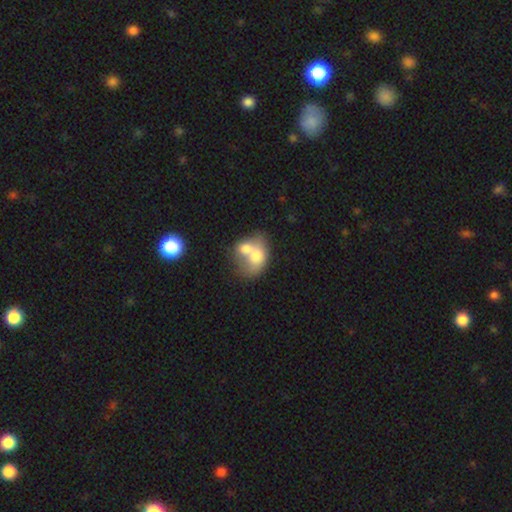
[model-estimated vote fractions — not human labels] Smooth or featured: smooth — 63% (featured or disk — 30%)
How rounded: in between — 64% (round — 35%)
Merging: merger — 74% (none — 13%)